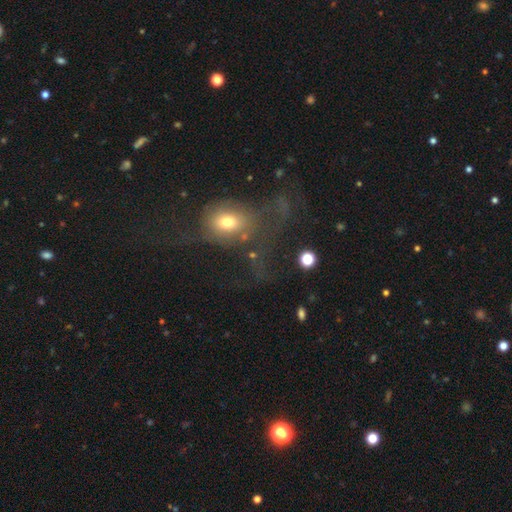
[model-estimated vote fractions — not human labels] Smooth or featured: smooth — 50% (star or artifact — 25%)
How rounded: round — 50% (in between — 48%)
Merging: major disturbance — 40% (none — 36%)